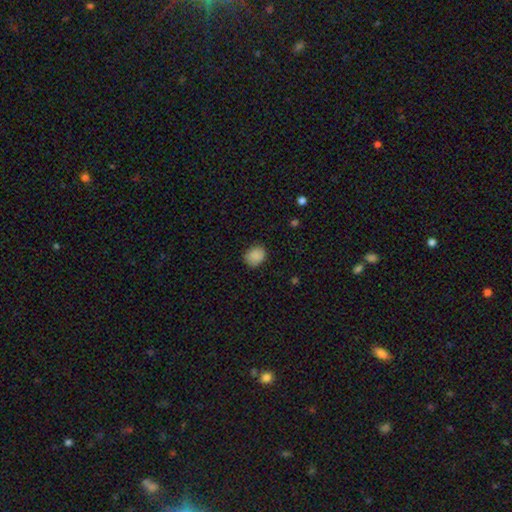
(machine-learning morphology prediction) Overall: smooth (88%). How rounded: round (55%; in between 44%). Merging: none (83%).